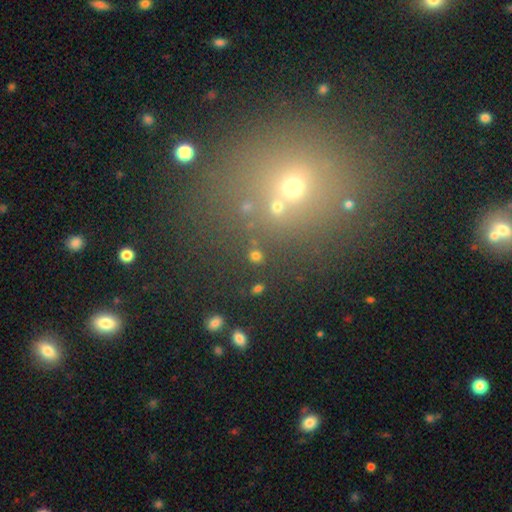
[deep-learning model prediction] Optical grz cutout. It shows a smooth galaxy with no disk features (75%) that is round (81%). Merging: none (85%).